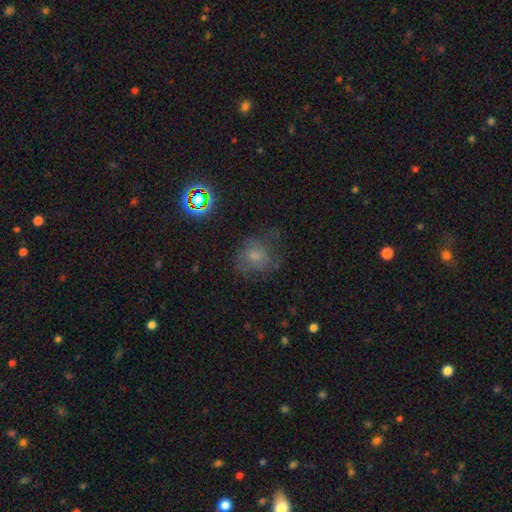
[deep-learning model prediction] A smooth galaxy with no disk features (61%) that is round (68%).

Vote fractions:
- Smooth or featured? smooth: 61% / featured or disk: 21% / star or artifact: 18%
- How rounded? round: 68% / in between: 30% / cigar-shaped: 1%
- Merging? none: 54% / minor disturbance: 24% / major disturbance: 20% / merger: 2%